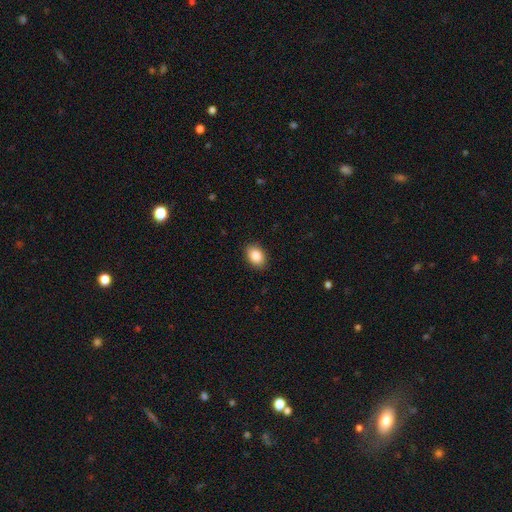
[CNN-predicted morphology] The model was most divided on "how rounded": in between: 82%, round: 17%, cigar-shaped: 1%. More confident: merging — none (89%); smooth or featured — smooth (87%).